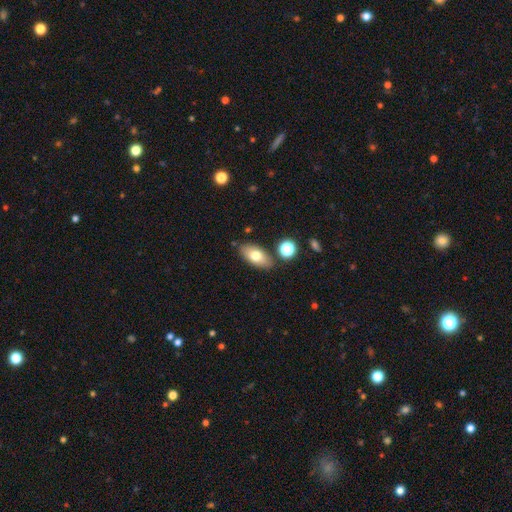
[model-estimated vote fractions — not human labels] Smooth or featured? Predicted: smooth (p=0.74). How rounded? Predicted: in between (p=0.90). Merging? Predicted: none (p=0.82).